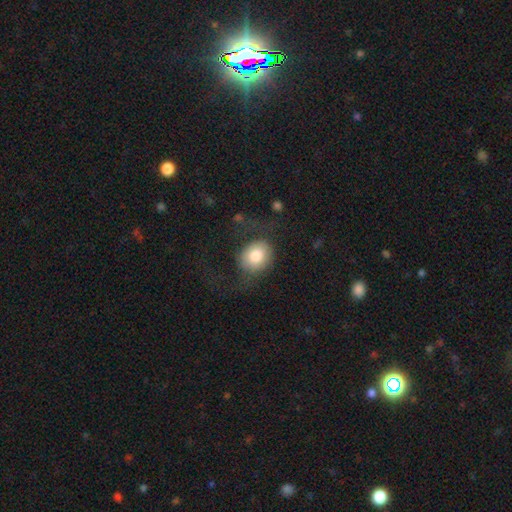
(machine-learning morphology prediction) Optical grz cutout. It shows a smooth galaxy with no disk features (76%) that is round (59%). Merging: none (54%).